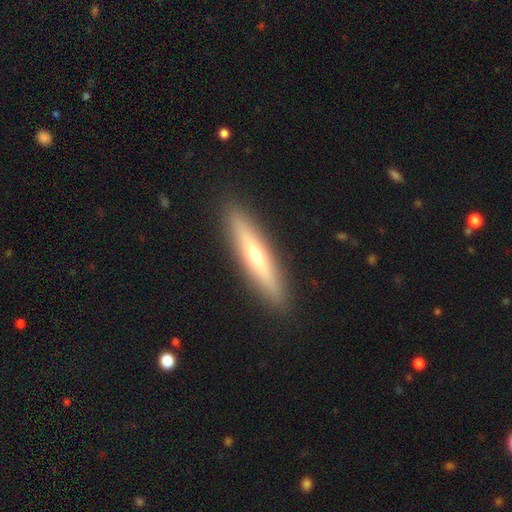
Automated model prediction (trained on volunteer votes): Smooth or featured? Predicted: featured or disk (p=0.49). Merging? Predicted: none (p=0.91).